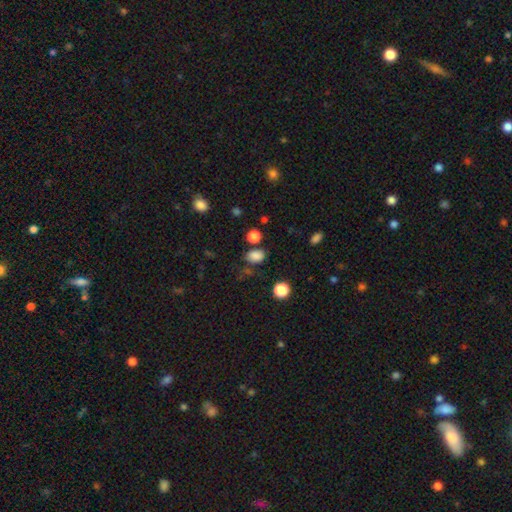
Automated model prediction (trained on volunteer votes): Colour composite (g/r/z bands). It shows a smooth galaxy with no disk features (82%) that is in between round and cigar-shaped (67%). Merging: none (73%).